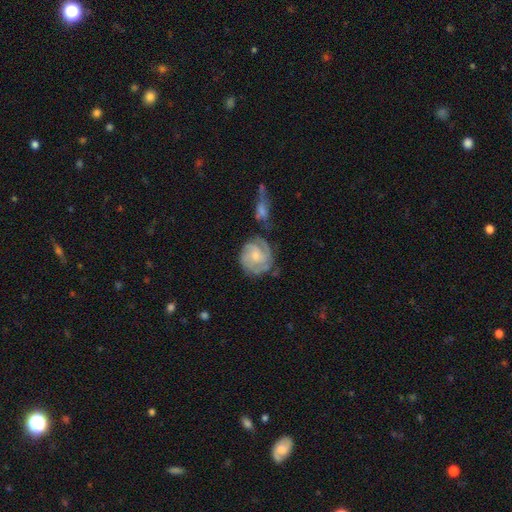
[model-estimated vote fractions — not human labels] smooth-or-featured: featured or disk: 73% | smooth: 22% | star or artifact: 6%
  disk-edge-on: no: 98% | yes: 2%
    bar: no: 63% | weak: 32% | strong: 5%
    has-spiral-arms: yes: 91% | no: 9%
      spiral-winding: tight: 54% | medium: 35% | loose: 11%
      spiral-arm-count: 3: 29% | 2: 28% | can't tell: 27% | 4: 7% | 1: 5% | more than 4: 4%
    bulge-size: small: 56% | moderate: 36% | none: 5% | large: 2% | dominant: 1%
  merging: none: 56% | minor disturbance: 22% | major disturbance: 11% | merger: 10%